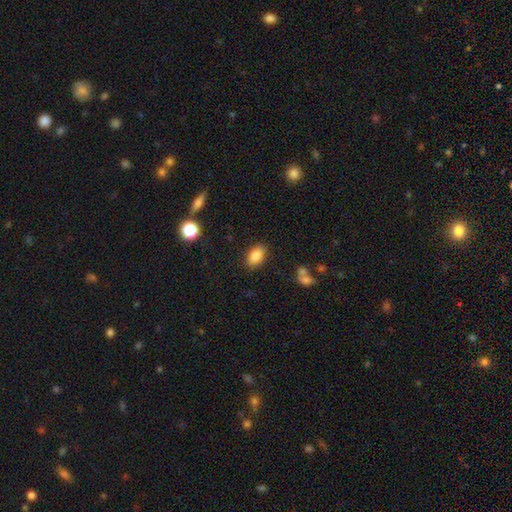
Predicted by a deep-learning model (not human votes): Smooth or featured? Predicted: smooth (p=0.85). How rounded? Predicted: in between (p=0.88). Merging? Predicted: none (p=0.85).